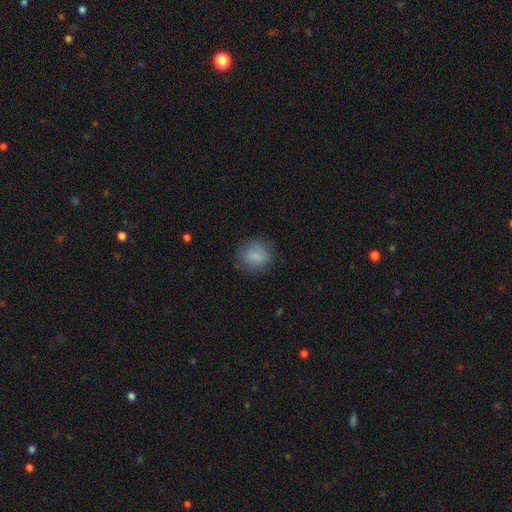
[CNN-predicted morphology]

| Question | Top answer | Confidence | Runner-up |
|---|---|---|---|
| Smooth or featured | smooth | 85% | star or artifact (8%) |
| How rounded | round | 81% | in between (18%) |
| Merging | none | 82% | minor disturbance (13%) |